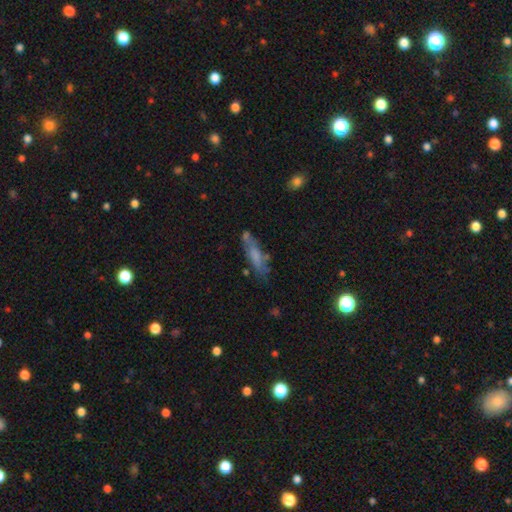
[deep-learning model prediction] smooth 60%, featured or disk 32%, star or artifact 8%. Down the decision tree: how rounded — cigar-shaped (67%); merging — none (60%).